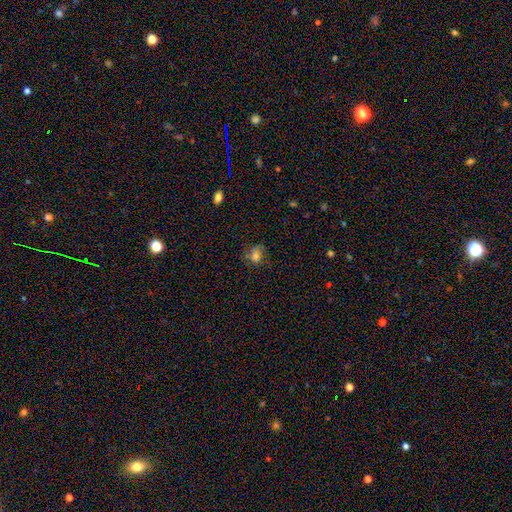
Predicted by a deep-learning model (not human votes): This is likely a smooth galaxy (79%). How rounded: likely round (62%). Merging: likely none (66%).